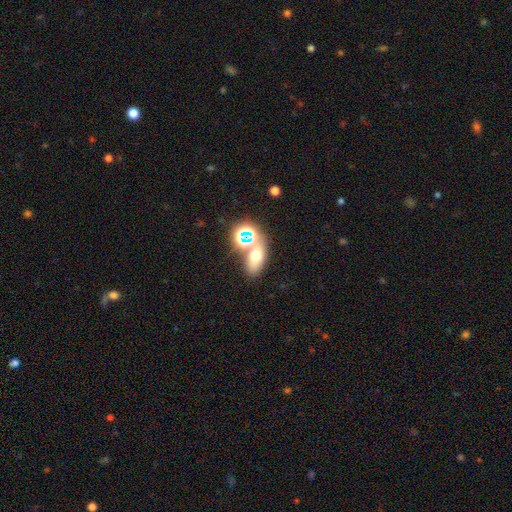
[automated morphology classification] The model was most divided on "merging": none: 55%, merger: 30%, minor disturbance: 10%, major disturbance: 5%. More confident: how rounded — in between (71%); smooth or featured — smooth (56%).